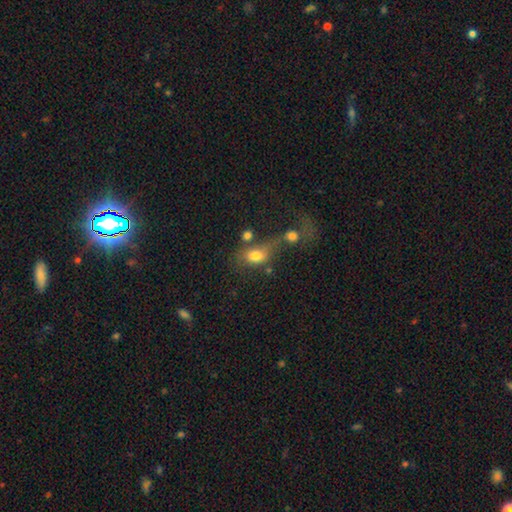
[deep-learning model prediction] Q: Smooth or featured?
A: smooth (77%); runner-up: featured or disk (13%)
Q: How rounded?
A: in between (73%); runner-up: round (24%)
Q: Merging?
A: merger (39%); runner-up: none (31%)